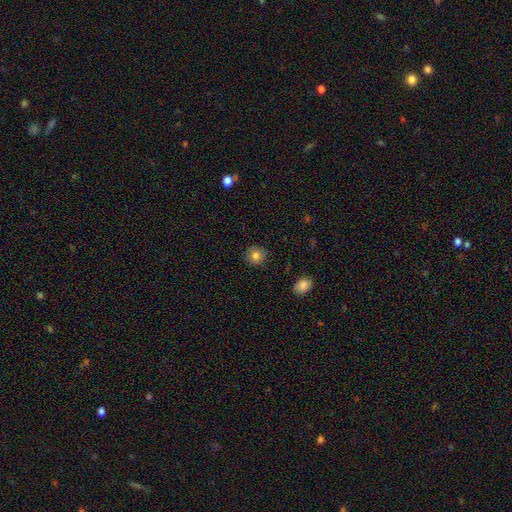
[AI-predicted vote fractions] The model was most divided on "smooth or featured": smooth: 81%, star or artifact: 11%, featured or disk: 8%. More confident: how rounded — round (91%); merging — none (89%).